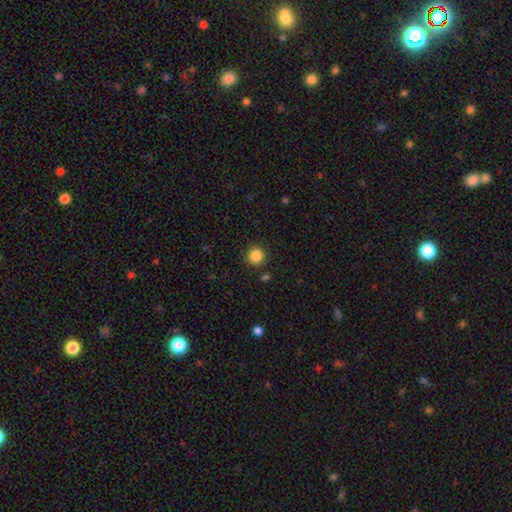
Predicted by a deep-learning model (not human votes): Overall: smooth (86%). How rounded: round (94%). Merging: none (90%).